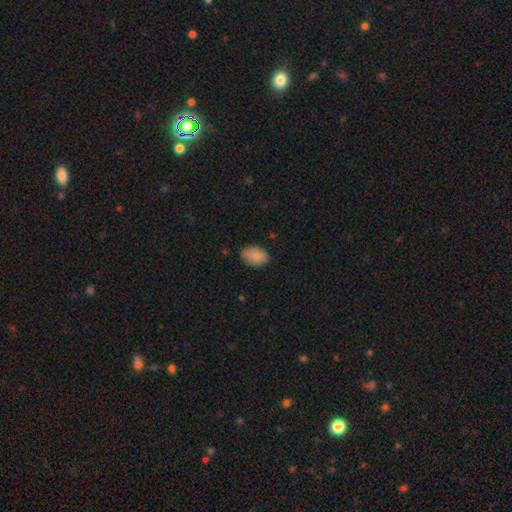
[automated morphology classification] Smooth or featured: smooth — 87% (star or artifact — 7%)
How rounded: in between — 85% (round — 14%)
Merging: none — 77% (minor disturbance — 19%)